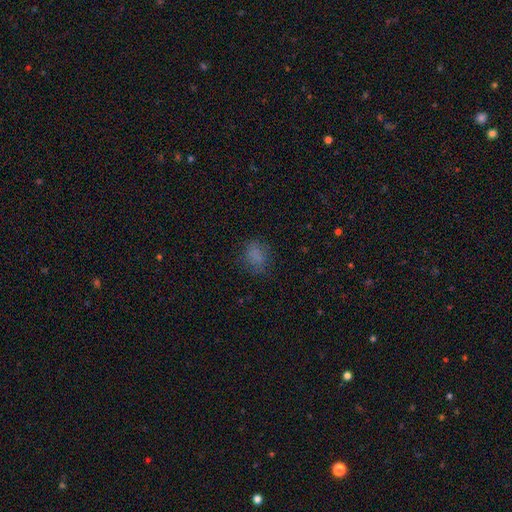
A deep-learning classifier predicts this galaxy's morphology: smooth_or_featured: smooth (p=0.75) [alt: star or artifact p=0.16]
how_rounded: in between (p=0.51) [alt: round p=0.48]
merging: none (p=0.71) [alt: minor disturbance p=0.18]